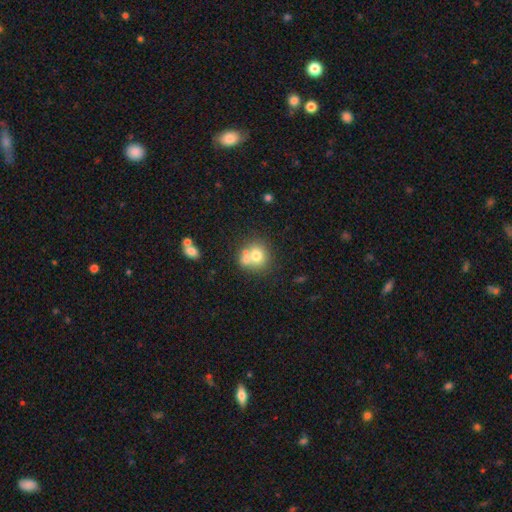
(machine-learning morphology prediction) Q: Smooth or featured?
A: smooth (69%); runner-up: featured or disk (20%)
Q: How rounded?
A: round (81%); runner-up: in between (18%)
Q: Merging?
A: none (46%); runner-up: merger (40%)